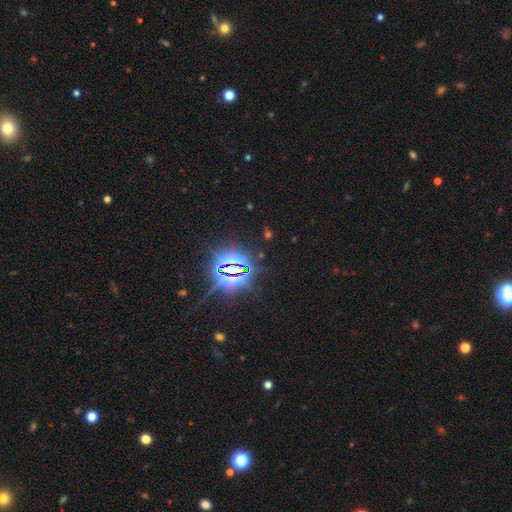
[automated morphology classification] Smooth or featured: star or artifact — 84% (smooth — 10%)